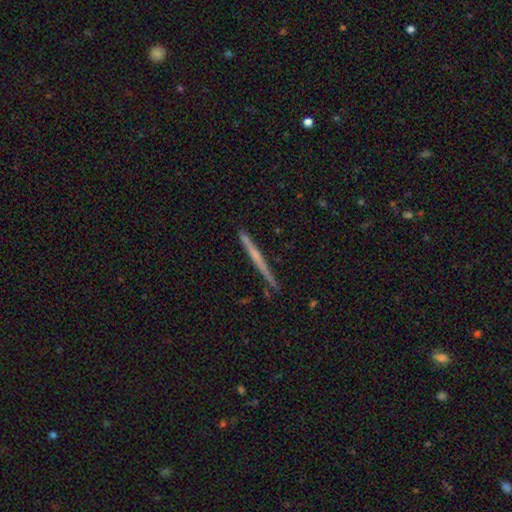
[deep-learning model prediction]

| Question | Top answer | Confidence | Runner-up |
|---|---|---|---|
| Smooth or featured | featured or disk | 57% | smooth (38%) |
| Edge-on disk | yes | 98% | no (2%) |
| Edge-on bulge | none | 80% | rounded (15%) |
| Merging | none | 89% | minor disturbance (8%) |